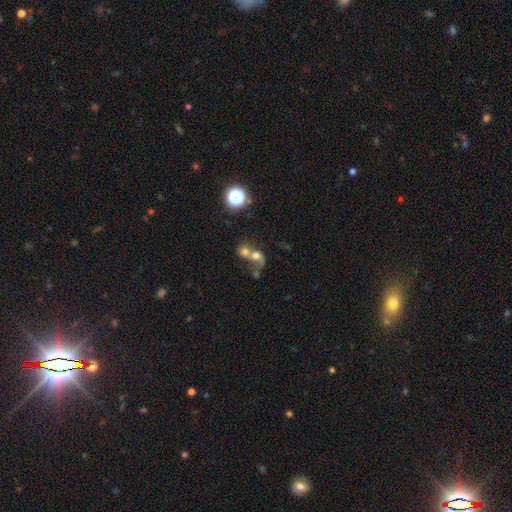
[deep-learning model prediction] Morphology: type=smooth (51%); roundness=round (65%); merging=merger (75%).